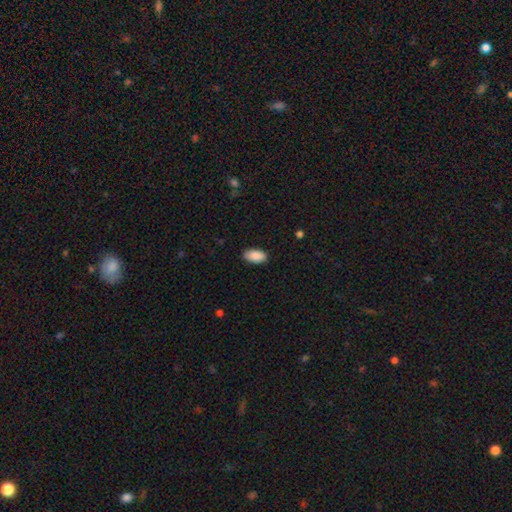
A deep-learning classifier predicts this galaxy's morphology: Q: Smooth or featured?
A: smooth (90%); runner-up: star or artifact (6%)
Q: How rounded?
A: in between (95%); runner-up: round (3%)
Q: Merging?
A: none (87%); runner-up: minor disturbance (10%)